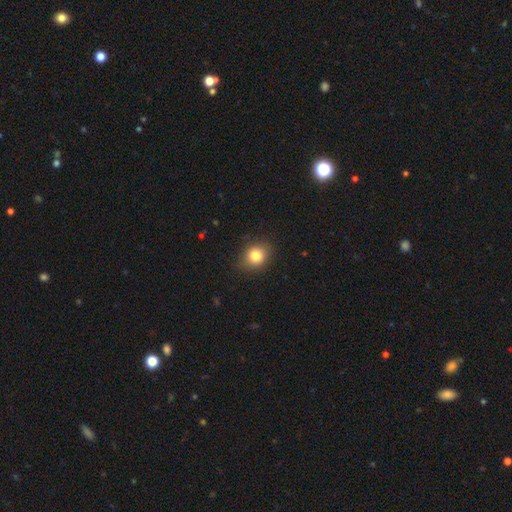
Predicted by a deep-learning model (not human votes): smooth_or_featured: smooth (p=0.82) [alt: star or artifact p=0.11]
how_rounded: round (p=0.60) [alt: in between p=0.39]
merging: none (p=0.85) [alt: minor disturbance p=0.12]